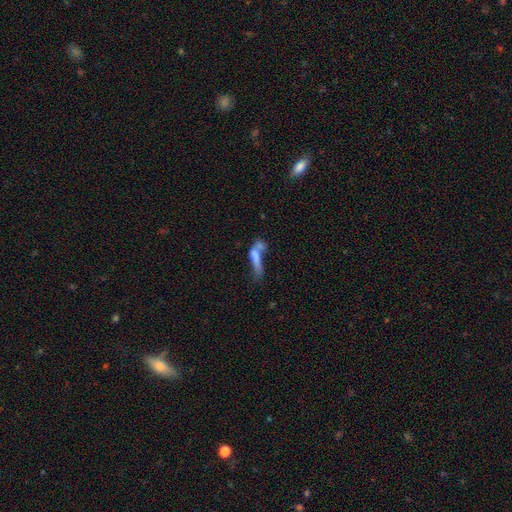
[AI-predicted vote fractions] A smooth galaxy with no disk features (60%) that is cigar-shaped (68%). Merging: merger (45%).